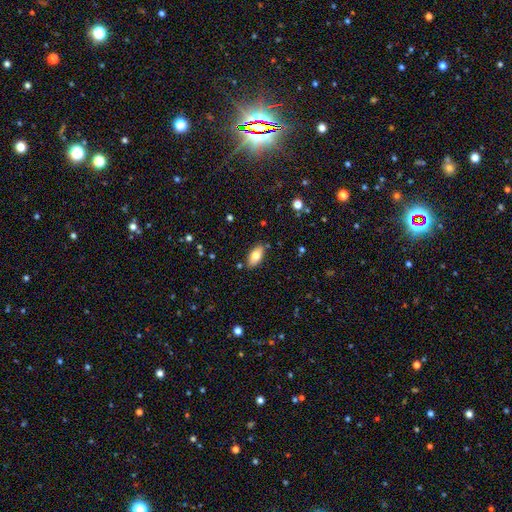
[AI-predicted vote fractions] A smooth galaxy with no disk features (77%) that is in between round and cigar-shaped (92%).

Vote fractions:
- Smooth or featured? smooth: 77% / featured or disk: 16% / star or artifact: 7%
- How rounded? in between: 92% / cigar-shaped: 5% / round: 3%
- Merging? none: 85% / minor disturbance: 11% / major disturbance: 2% / merger: 2%